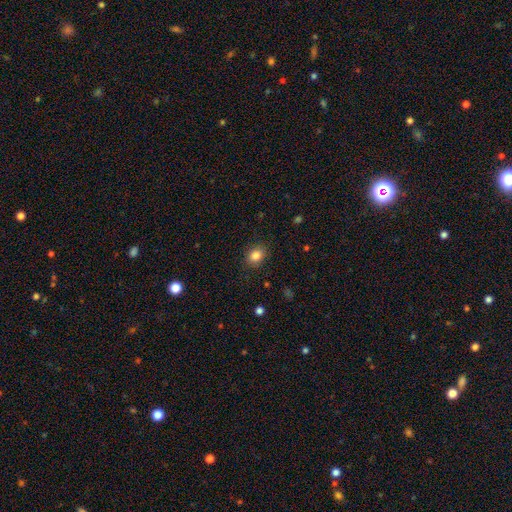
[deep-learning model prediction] A smooth galaxy with no disk features (84%) that is in between round and cigar-shaped (52%). Merging: none (86%).